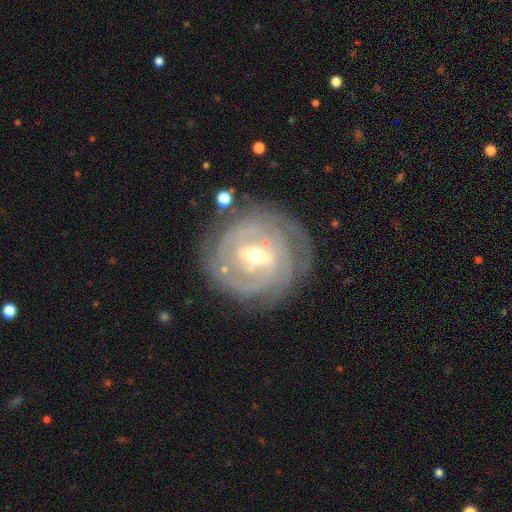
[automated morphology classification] smooth_or_featured: featured or disk (p=0.85) [alt: smooth p=0.10]
disk_edge_on: no (p=0.96) [alt: yes p=0.04]
bar: weak (p=0.44) [alt: strong p=0.39]
has_spiral_arms: yes (p=0.90) [alt: no p=0.10]
spiral_winding: tight (p=0.73) [alt: medium p=0.21]
spiral_arm_count: can't tell (p=0.35) [alt: 2 p=0.27]
bulge_size: moderate (p=0.57) [alt: small p=0.38]
merging: none (p=0.75) [alt: minor disturbance p=0.16]